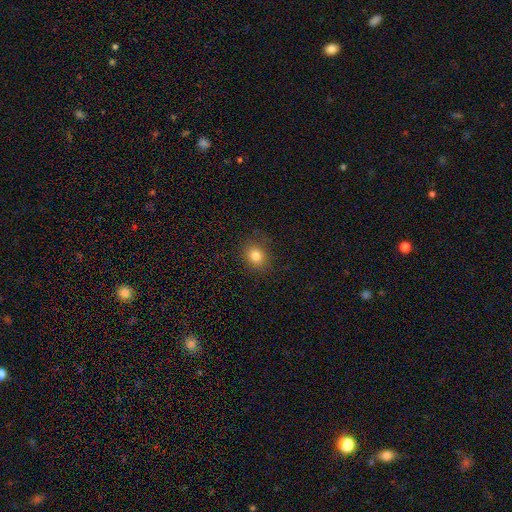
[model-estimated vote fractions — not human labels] Overall: smooth (82%). How rounded: round (60%; in between 39%). Merging: none (83%).